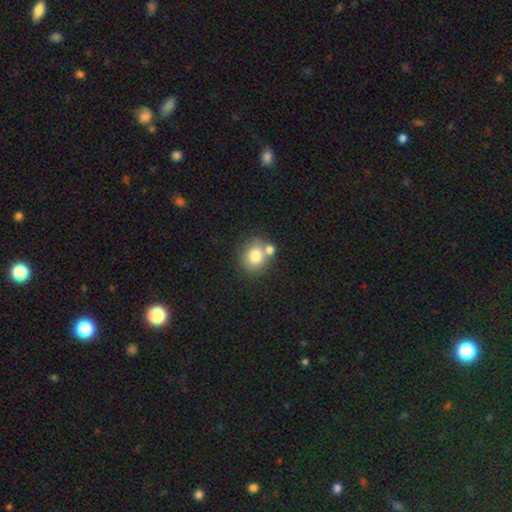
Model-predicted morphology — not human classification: Smooth or featured: smooth — 78% (featured or disk — 12%)
How rounded: round — 75% (in between — 24%)
Merging: none — 58% (merger — 28%)